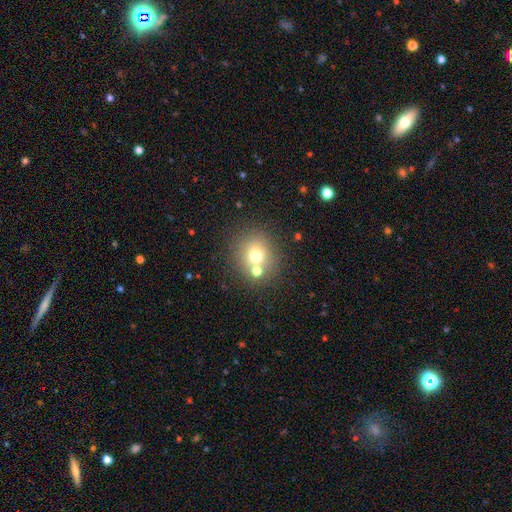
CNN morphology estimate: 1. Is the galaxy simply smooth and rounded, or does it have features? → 69% smooth, 16% featured or disk, 15% star or artifact.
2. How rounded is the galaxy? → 82% round, 17% in between, 1% cigar-shaped.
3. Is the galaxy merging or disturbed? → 64% none, 23% merger, 9% minor disturbance, 4% major disturbance.